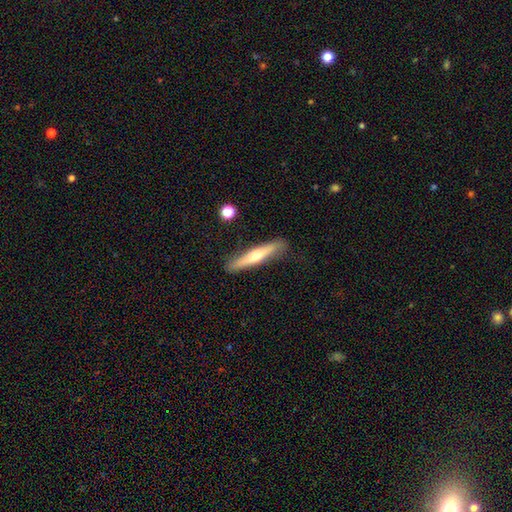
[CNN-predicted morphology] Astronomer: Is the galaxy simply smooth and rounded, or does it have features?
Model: smooth — 47%, tied with featured or disk at 47%.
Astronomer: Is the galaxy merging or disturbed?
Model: none — 84%.